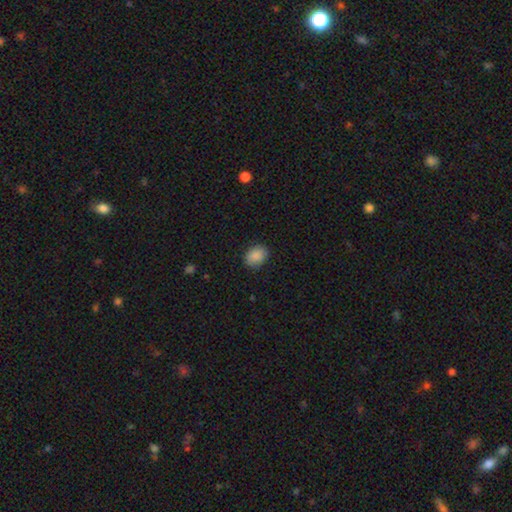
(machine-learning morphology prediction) This is clearly a smooth galaxy (89%). How rounded: likely in between (66%). Merging: clearly none (87%).